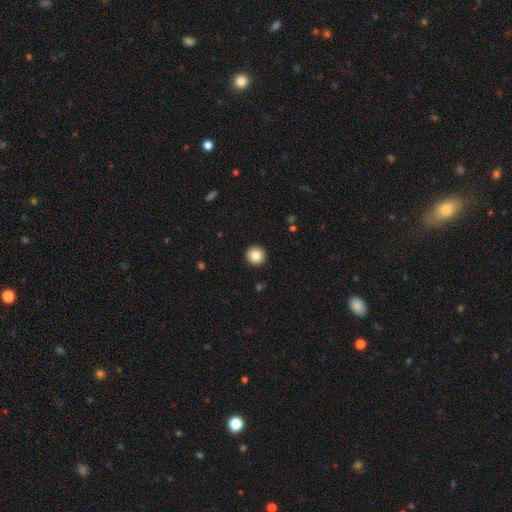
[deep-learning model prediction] A smooth galaxy with no disk features (85%) that is round (96%). Merging: none (93%).